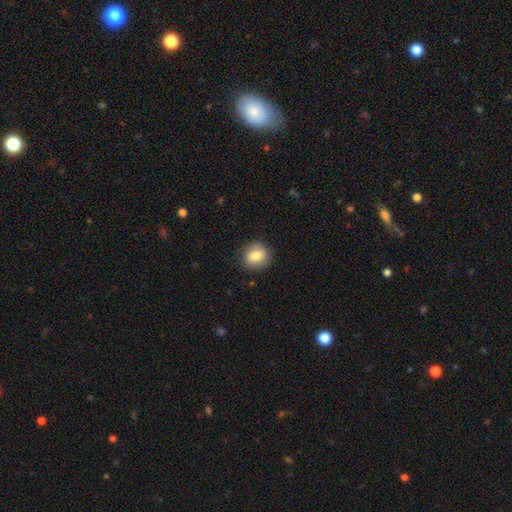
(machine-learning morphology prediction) type=smooth (80%); roundness=round (76%); merging=none (84%).